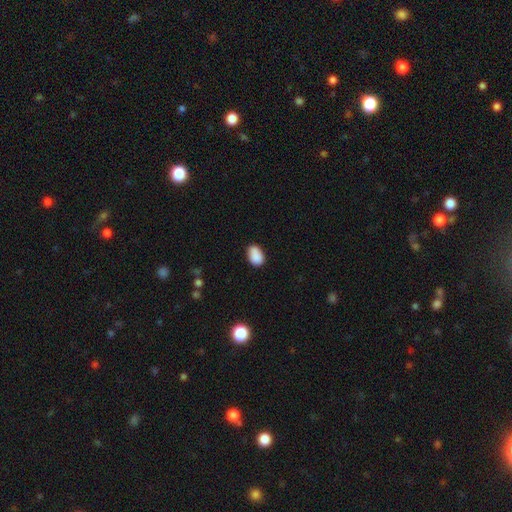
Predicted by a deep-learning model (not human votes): Smooth or featured? Predicted: smooth (p=0.88). How rounded? Predicted: in between (p=0.84). Merging? Predicted: none (p=0.75).